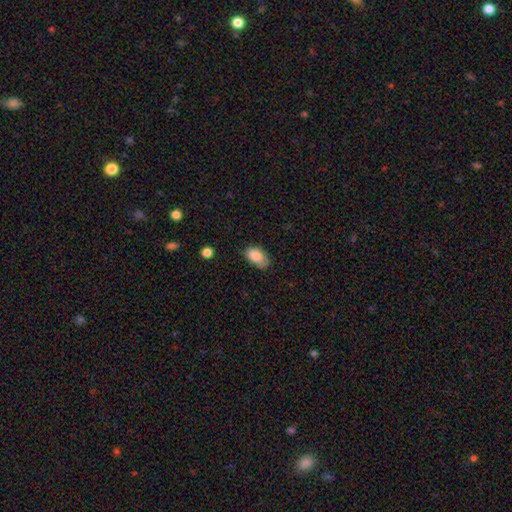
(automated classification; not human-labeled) Overall: smooth (84%). How rounded: in between (92%). Merging: none (68%).